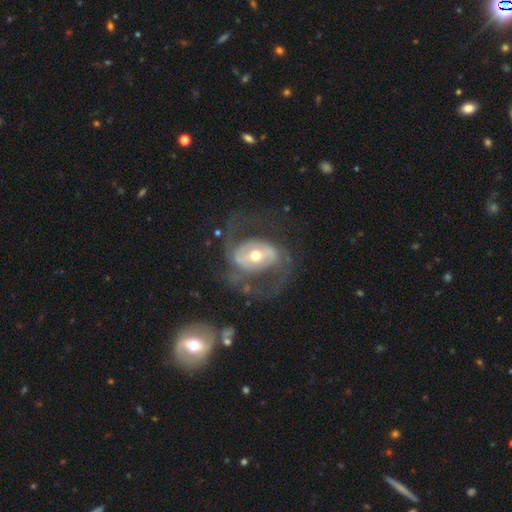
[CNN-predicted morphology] Q: Smooth or featured?
A: featured or disk (82%); runner-up: smooth (12%)
Q: Edge-on disk?
A: no (96%); runner-up: yes (4%)
Q: Bar?
A: weak (36%); runner-up: strong (34%)
Q: Spiral arms?
A: yes (83%); runner-up: no (17%)
Q: Spiral winding?
A: medium (49%); runner-up: loose (30%)
Q: Spiral arm count?
A: 2 (82%); runner-up: can't tell (9%)
Q: Bulge size?
A: moderate (69%); runner-up: small (22%)
Q: Merging?
A: none (55%); runner-up: major disturbance (25%)